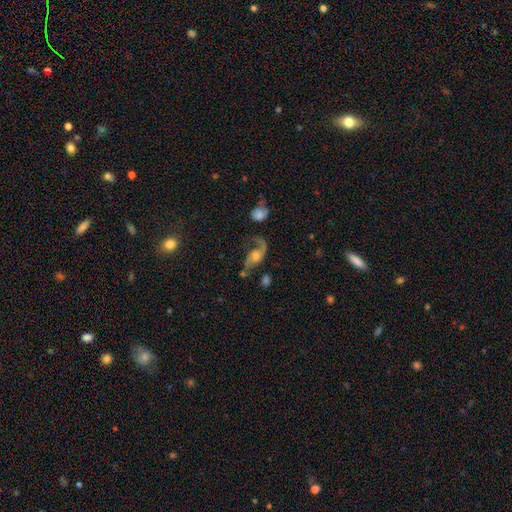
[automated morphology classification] type=featured or disk (82%); edge-on=no (96%); bar=no (66%); spiral arms=yes (93%); winding=loose (66%); arm count=2 (80%); bulge=moderate (58%); merging=none (49%).